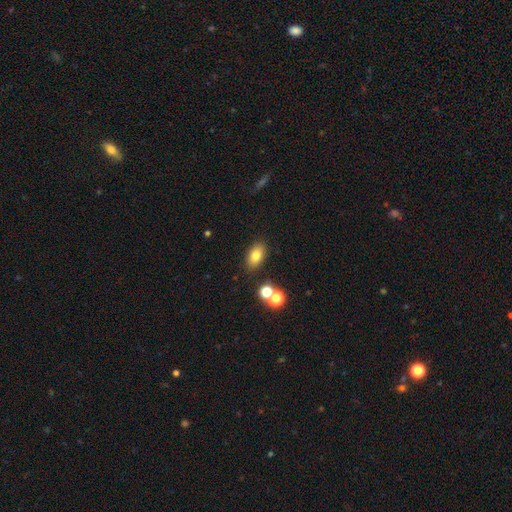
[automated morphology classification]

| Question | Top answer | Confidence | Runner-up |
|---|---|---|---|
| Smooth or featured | smooth | 77% | star or artifact (11%) |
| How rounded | in between | 86% | round (11%) |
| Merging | none | 82% | minor disturbance (9%) |